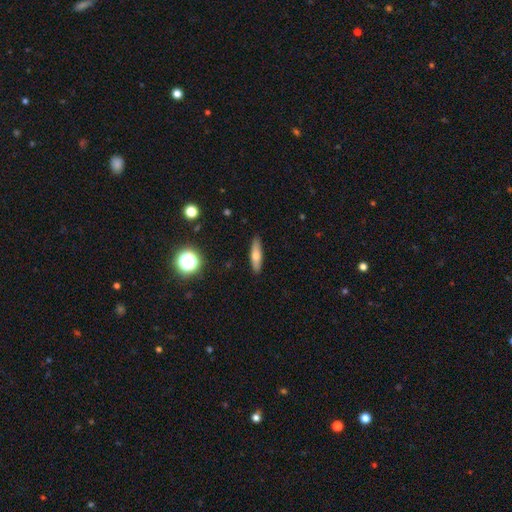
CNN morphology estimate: Q: Smooth or featured?
A: smooth (59%); runner-up: featured or disk (32%)
Q: How rounded?
A: cigar-shaped (70%); runner-up: in between (27%)
Q: Merging?
A: none (89%); runner-up: minor disturbance (8%)